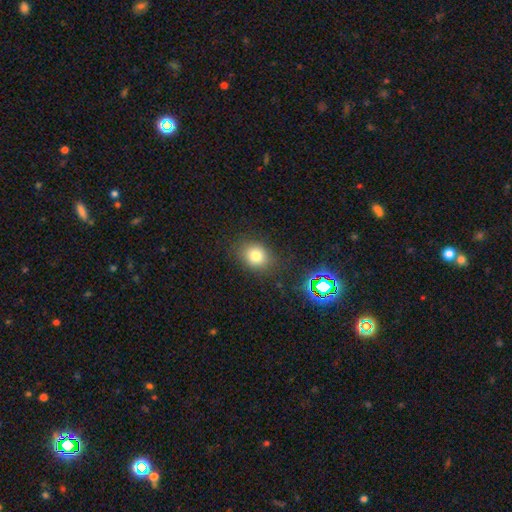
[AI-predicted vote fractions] This is likely a smooth galaxy (77%). How rounded: possibly round (59%). Merging: clearly none (81%).